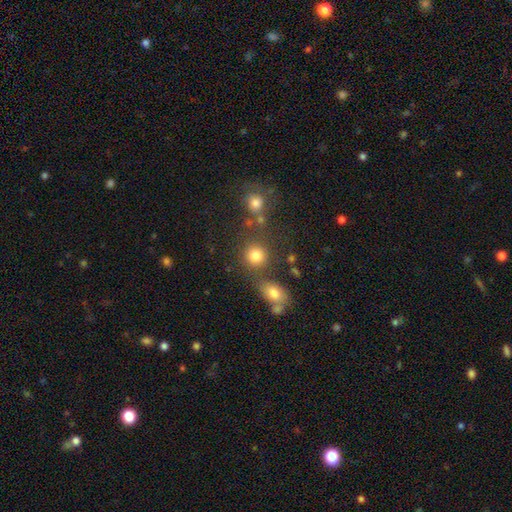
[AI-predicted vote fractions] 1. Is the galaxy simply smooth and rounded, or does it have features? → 80% smooth, 13% star or artifact, 7% featured or disk.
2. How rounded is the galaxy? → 86% round, 13% in between, 1% cigar-shaped.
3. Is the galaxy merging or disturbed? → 70% none, 15% merger, 10% minor disturbance, 5% major disturbance.